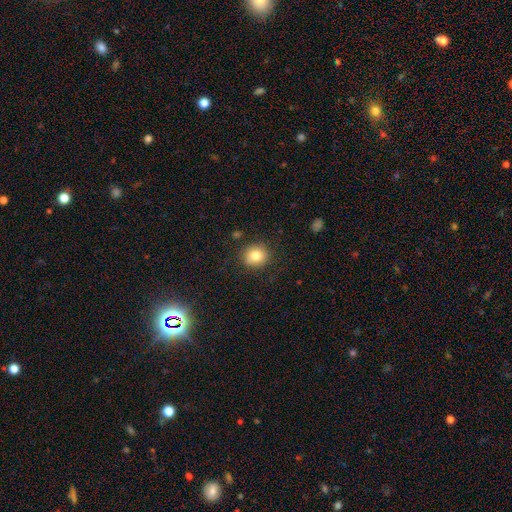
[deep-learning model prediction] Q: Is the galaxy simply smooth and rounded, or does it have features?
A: smooth — 81%.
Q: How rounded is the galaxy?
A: round — 86%.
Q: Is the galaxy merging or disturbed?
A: none — 86%.